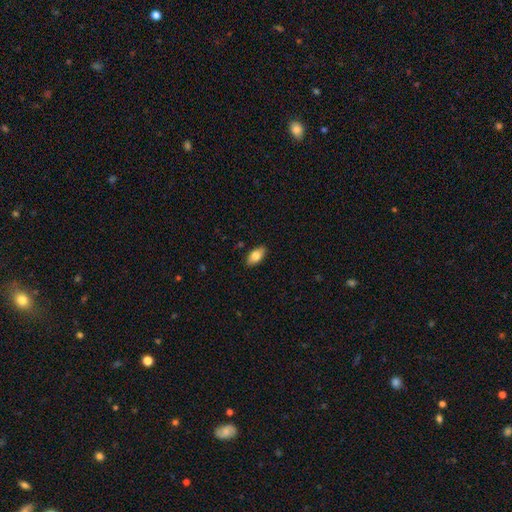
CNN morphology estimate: Q: Smooth or featured?
A: smooth (79%); runner-up: featured or disk (14%)
Q: How rounded?
A: in between (92%); runner-up: cigar-shaped (5%)
Q: Merging?
A: none (88%); runner-up: minor disturbance (9%)